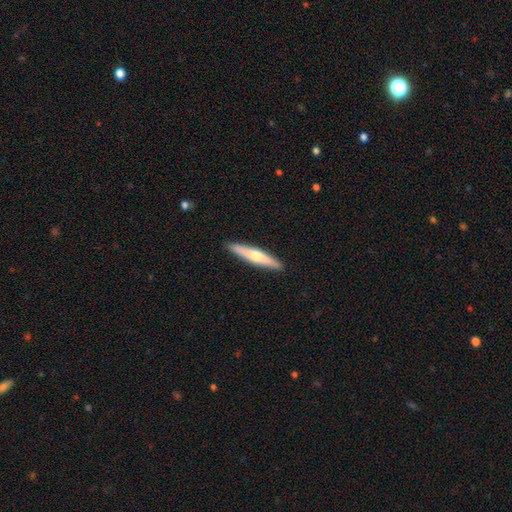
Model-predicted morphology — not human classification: Q: Smooth or featured?
A: smooth (51%); runner-up: featured or disk (44%)
Q: How rounded?
A: cigar-shaped (91%); runner-up: in between (8%)
Q: Merging?
A: none (91%); runner-up: minor disturbance (7%)